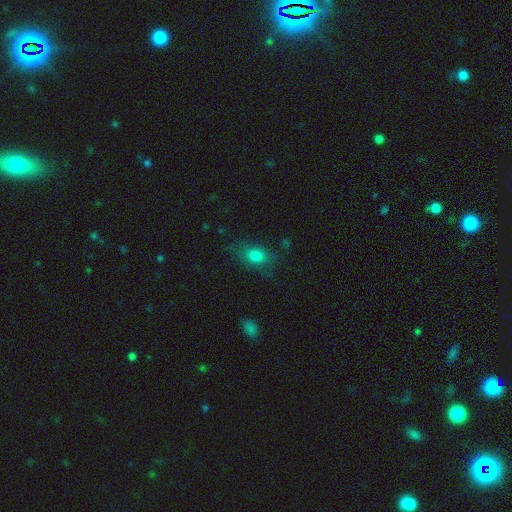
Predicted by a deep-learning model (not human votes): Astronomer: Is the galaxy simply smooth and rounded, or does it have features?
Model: smooth — 77%.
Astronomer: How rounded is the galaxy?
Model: in between — 73%.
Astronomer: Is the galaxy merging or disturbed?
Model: none — 72%.